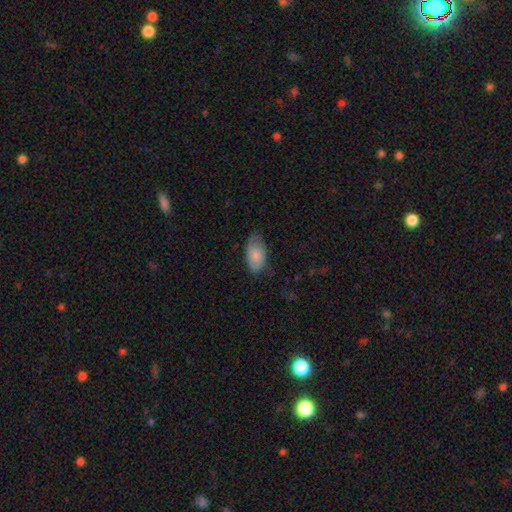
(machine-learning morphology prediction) Smooth or featured? Predicted: smooth (p=0.71). How rounded? Predicted: in between (p=0.94). Merging? Predicted: none (p=0.59).